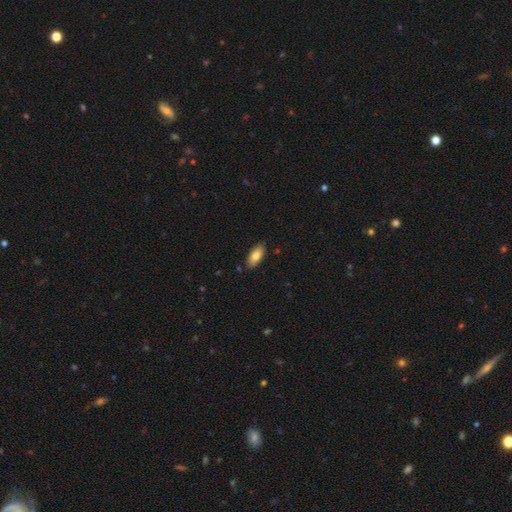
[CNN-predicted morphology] Smooth or featured? Predicted: smooth (p=0.80). How rounded? Predicted: in between (p=0.88). Merging? Predicted: none (p=0.86).